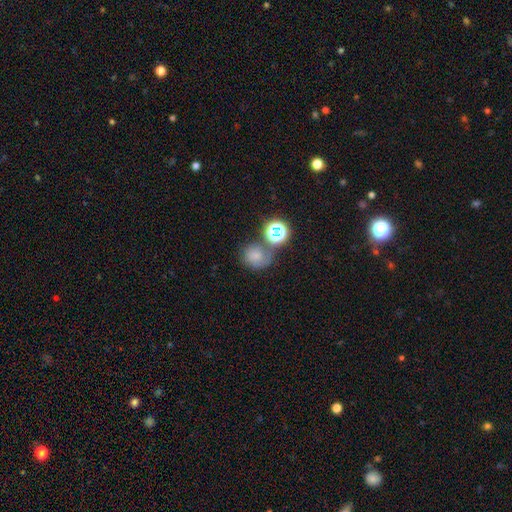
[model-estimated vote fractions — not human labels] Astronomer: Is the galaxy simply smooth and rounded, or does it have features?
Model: smooth — 65%.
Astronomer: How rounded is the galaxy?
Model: round — 76%.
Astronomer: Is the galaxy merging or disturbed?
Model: none — 49% (runner-up: merger, 25%).